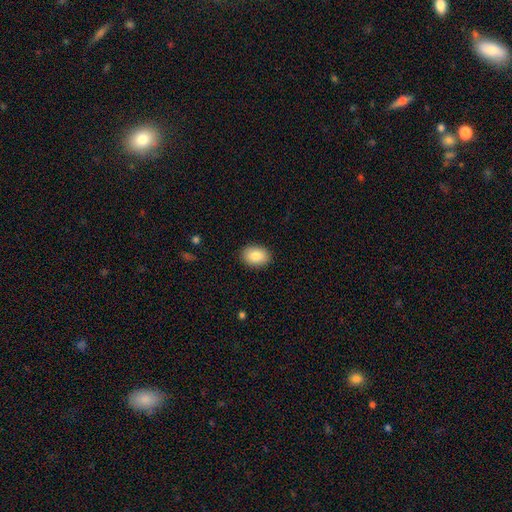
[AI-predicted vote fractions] smooth_or_featured: smooth (p=0.86) [alt: star or artifact p=0.07]
how_rounded: in between (p=0.74) [alt: round p=0.25]
merging: none (p=0.89) [alt: minor disturbance p=0.08]